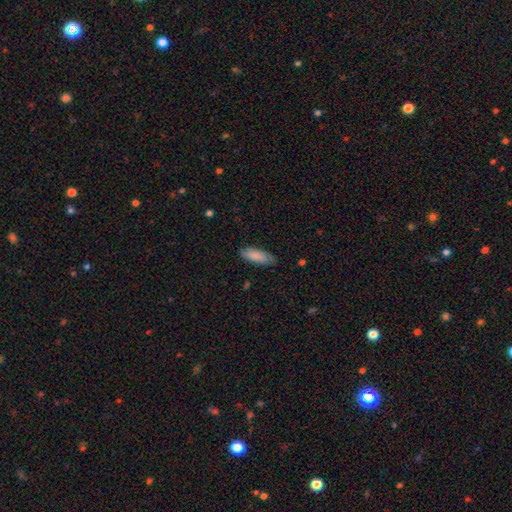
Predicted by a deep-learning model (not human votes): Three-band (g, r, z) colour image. It shows a smooth galaxy with no disk features (85%) that is in between round and cigar-shaped (62%). Merging: none (82%).